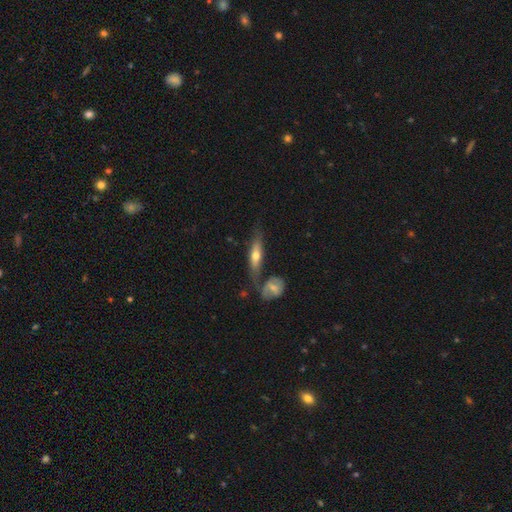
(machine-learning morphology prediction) A featured or disk galaxy (48%).

Vote fractions:
- Smooth or featured? featured or disk: 48% / smooth: 46% / star or artifact: 6%
- Merging? none: 57% / minor disturbance: 18% / merger: 18% / major disturbance: 7%